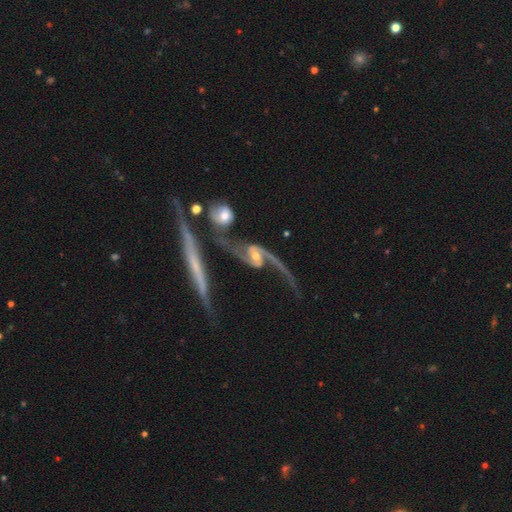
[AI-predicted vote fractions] Q: Smooth or featured?
A: featured or disk (89%); runner-up: smooth (6%)
Q: Edge-on disk?
A: no (92%); runner-up: yes (8%)
Q: Bar?
A: no (47%); runner-up: weak (36%)
Q: Spiral arms?
A: yes (95%); runner-up: no (5%)
Q: Spiral winding?
A: loose (80%); runner-up: medium (15%)
Q: Spiral arm count?
A: 2 (91%); runner-up: 1 (3%)
Q: Bulge size?
A: moderate (49%); runner-up: small (40%)
Q: Merging?
A: merger (36%); runner-up: none (34%)